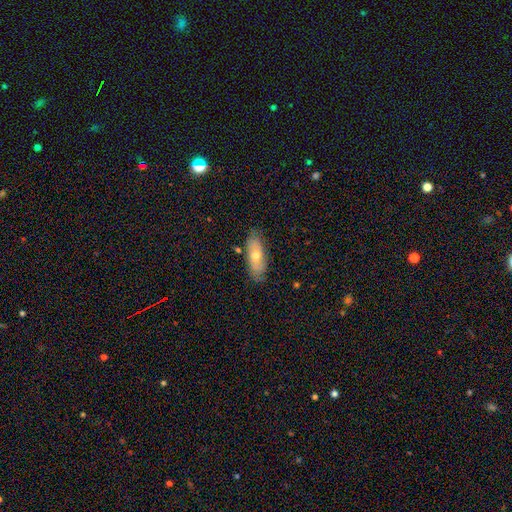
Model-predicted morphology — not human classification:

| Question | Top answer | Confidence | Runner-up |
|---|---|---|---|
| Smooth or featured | smooth | 56% | featured or disk (37%) |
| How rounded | in between | 64% | cigar-shaped (33%) |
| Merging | none | 82% | minor disturbance (13%) |